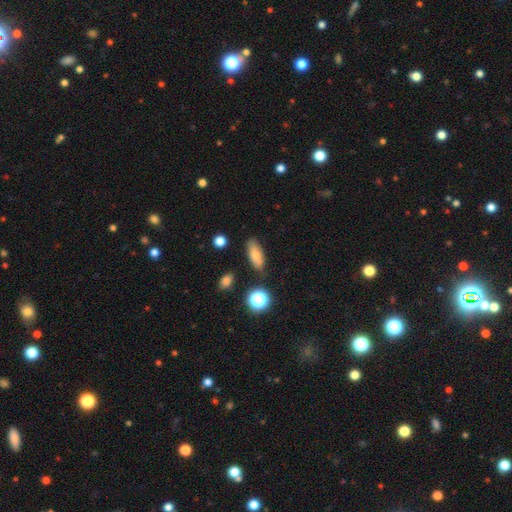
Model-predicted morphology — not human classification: A smooth galaxy with no disk features (74%) that is in between round and cigar-shaped (76%). Merging: none (75%).